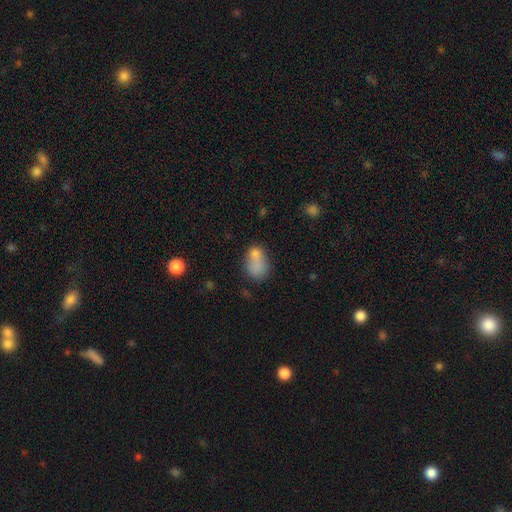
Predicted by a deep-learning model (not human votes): The model was most divided on "merging": merger: 40%, none: 36%, minor disturbance: 16%, major disturbance: 9%. More confident: how rounded — in between (77%); smooth or featured — smooth (75%).